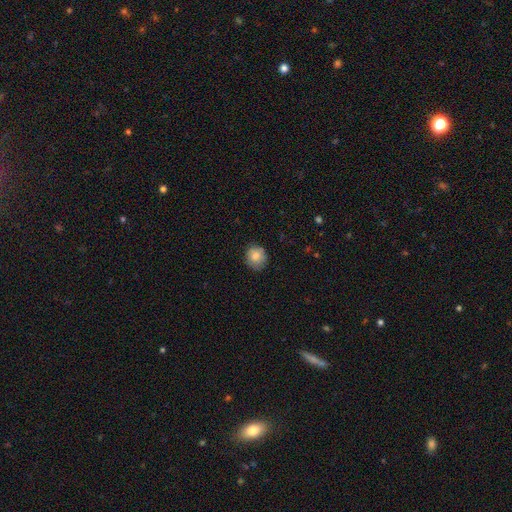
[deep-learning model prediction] smooth-or-featured: smooth: 80% | featured or disk: 12% | star or artifact: 8%
  how-rounded: round: 81% | in between: 18% | cigar-shaped: 1%
  merging: none: 80% | minor disturbance: 16% | major disturbance: 3% | merger: 1%